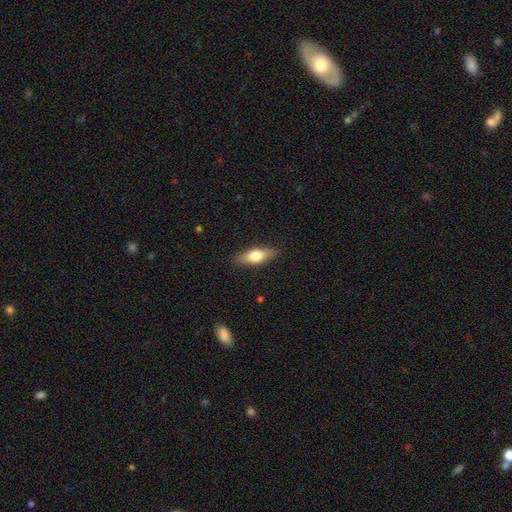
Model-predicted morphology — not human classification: Overall: smooth (65%; featured or disk 29%). How rounded: in between (63%; cigar-shaped 33%). Merging: none (87%).